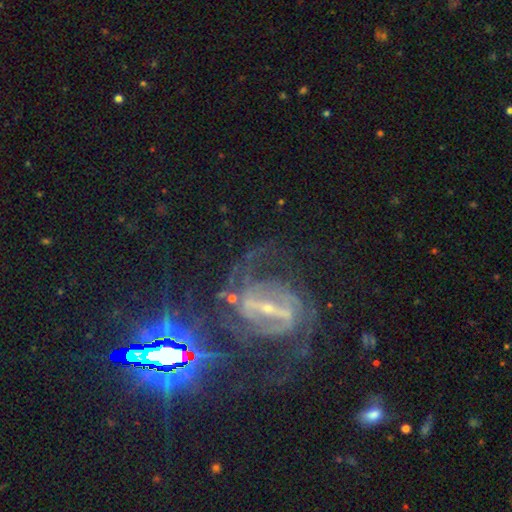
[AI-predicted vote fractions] smooth_or_featured: featured or disk (p=0.75) [alt: star or artifact p=0.19]
disk_edge_on: no (p=0.94) [alt: yes p=0.06]
bar: strong (p=0.57) [alt: weak p=0.30]
has_spiral_arms: yes (p=0.94) [alt: no p=0.06]
spiral_winding: medium (p=0.48) [alt: tight p=0.33]
spiral_arm_count: 2 (p=0.68) [alt: can't tell p=0.13]
bulge_size: small (p=0.70) [alt: moderate p=0.21]
merging: none (p=0.60) [alt: major disturbance p=0.20]